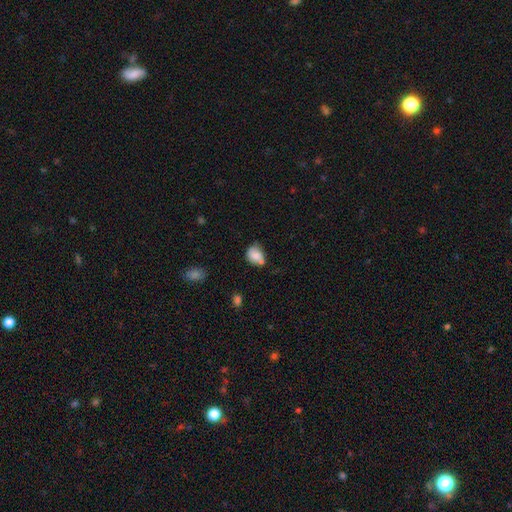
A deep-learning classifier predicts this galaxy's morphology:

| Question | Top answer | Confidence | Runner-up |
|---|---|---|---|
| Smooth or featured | smooth | 74% | featured or disk (17%) |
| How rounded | in between | 59% | round (39%) |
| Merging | none | 43% | minor disturbance (33%) |